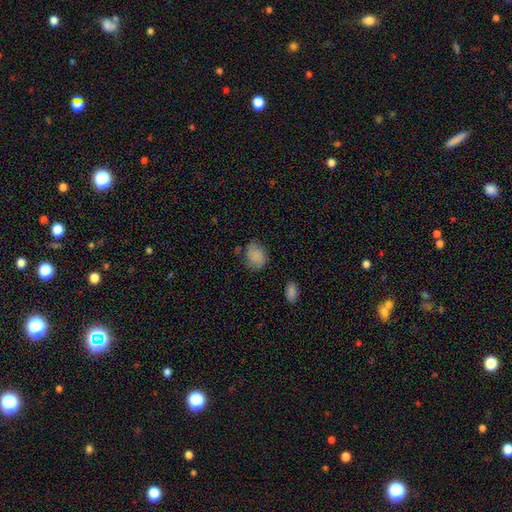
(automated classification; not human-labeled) smooth 79%, featured or disk 12%, star or artifact 9%. Down the decision tree: how rounded — in between (54%); merging — none (68%).